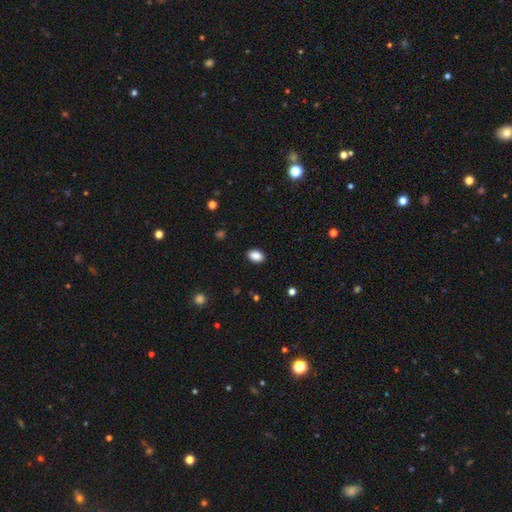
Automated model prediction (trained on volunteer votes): Morphology: type=smooth (88%); roundness=in between (86%); merging=none (89%).